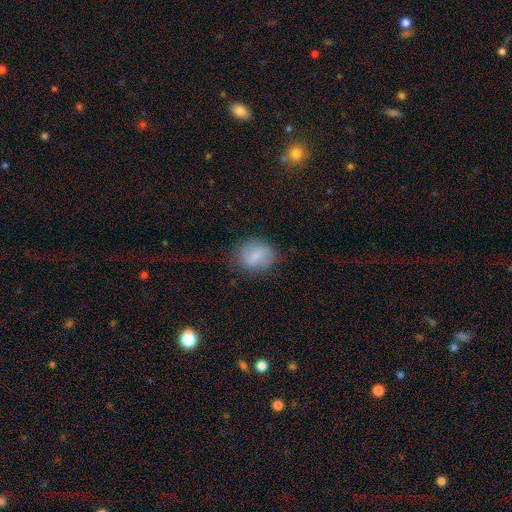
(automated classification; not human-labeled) Morphology: type=smooth (73%); roundness=round (60%); merging=none (76%).